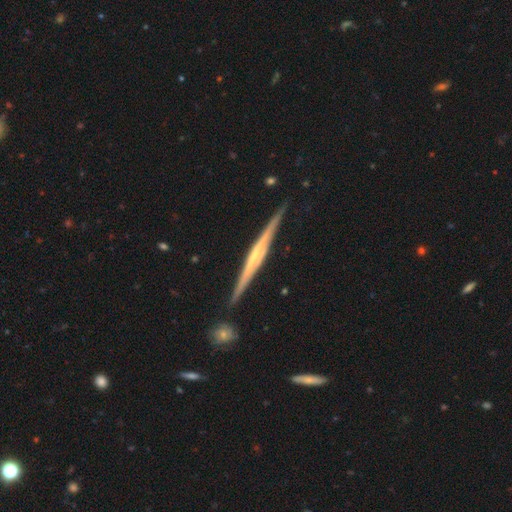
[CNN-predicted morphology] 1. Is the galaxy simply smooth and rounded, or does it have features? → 83% featured or disk, 12% smooth, 5% star or artifact.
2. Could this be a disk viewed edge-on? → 98% yes, 2% no.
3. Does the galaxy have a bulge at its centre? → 50% rounded, 33% none, 17% boxy.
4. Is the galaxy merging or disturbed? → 88% none, 8% minor disturbance, 2% merger, 2% major disturbance.